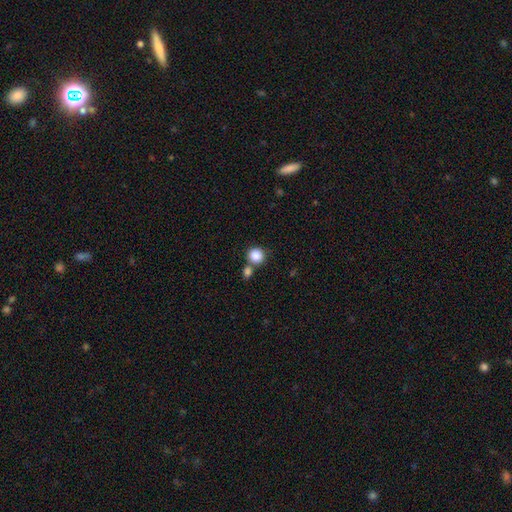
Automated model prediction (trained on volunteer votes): This is clearly a smooth galaxy (85%). How rounded: clearly round (90%). Merging: likely none (63%).